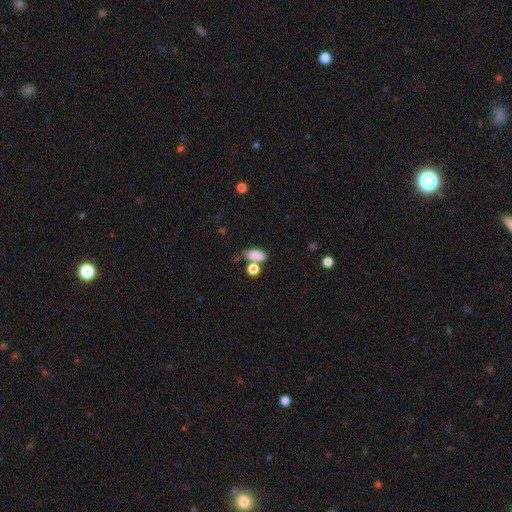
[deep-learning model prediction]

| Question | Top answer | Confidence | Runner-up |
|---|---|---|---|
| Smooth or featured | smooth | 84% | star or artifact (9%) |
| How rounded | in between | 87% | round (9%) |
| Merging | none | 47% | merger (30%) |